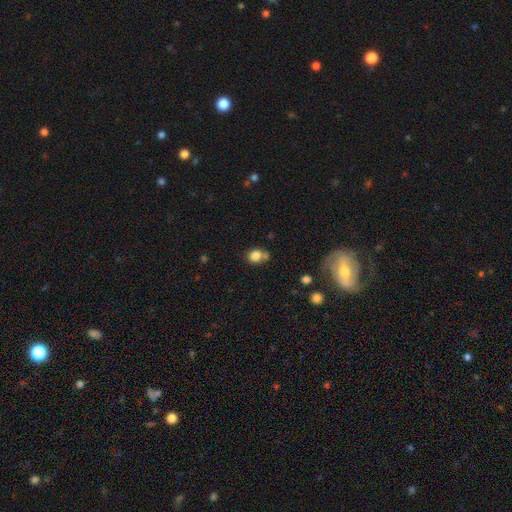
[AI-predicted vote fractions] Smooth or featured?
  - smooth: 81% *
  - star or artifact: 11%
  - featured or disk: 8%
How rounded?
  - round: 65% *
  - in between: 34%
  - cigar-shaped: 1%
Merging?
  - none: 54% *
  - merger: 22%
  - minor disturbance: 19%
  - major disturbance: 6%